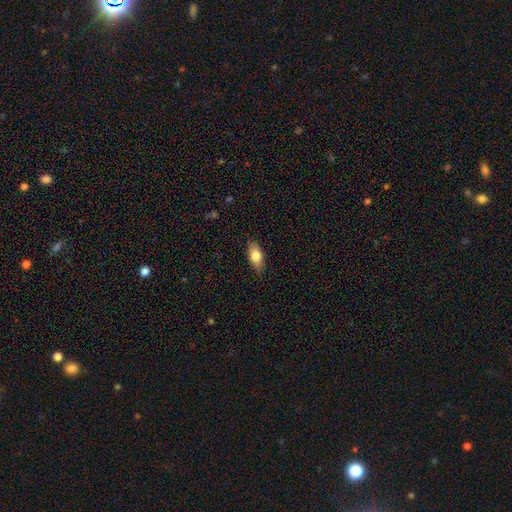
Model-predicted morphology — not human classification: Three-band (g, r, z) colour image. It shows a smooth galaxy with no disk features (78%) that is in between round and cigar-shaped (85%). Merging: none (85%).